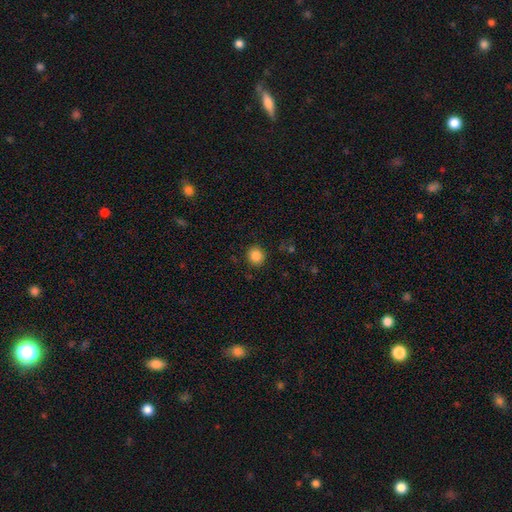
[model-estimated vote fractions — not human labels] Smooth or featured? smooth (86%)
How rounded? round (88%)
Merging? none (89%)